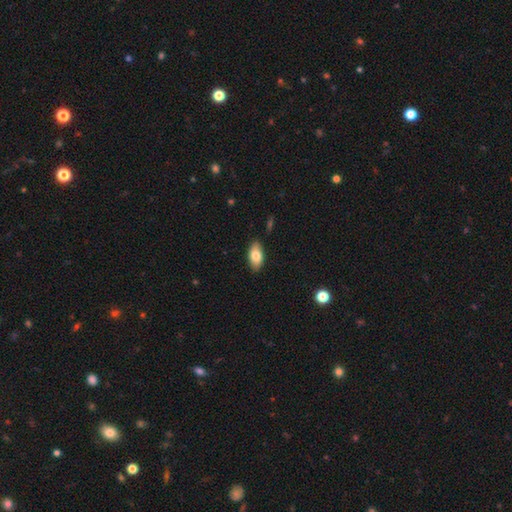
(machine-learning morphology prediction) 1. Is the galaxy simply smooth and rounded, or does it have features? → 79% smooth, 14% featured or disk, 7% star or artifact.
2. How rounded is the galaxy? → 91% in between, 5% cigar-shaped, 3% round.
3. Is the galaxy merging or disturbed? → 87% none, 10% minor disturbance, 2% major disturbance, 1% merger.